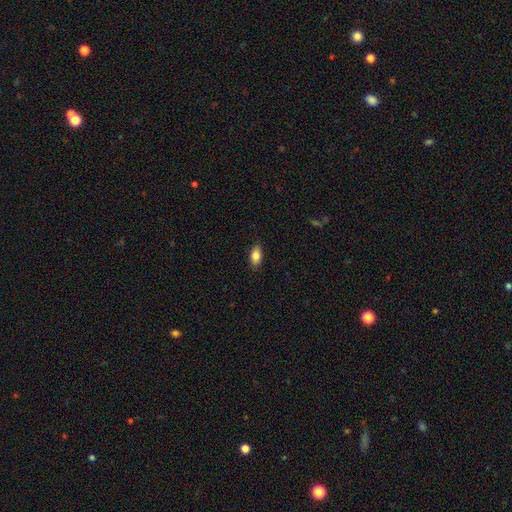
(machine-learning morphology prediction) Q: Smooth or featured?
A: smooth (85%); runner-up: star or artifact (7%)
Q: How rounded?
A: in between (91%); runner-up: round (5%)
Q: Merging?
A: none (87%); runner-up: minor disturbance (9%)